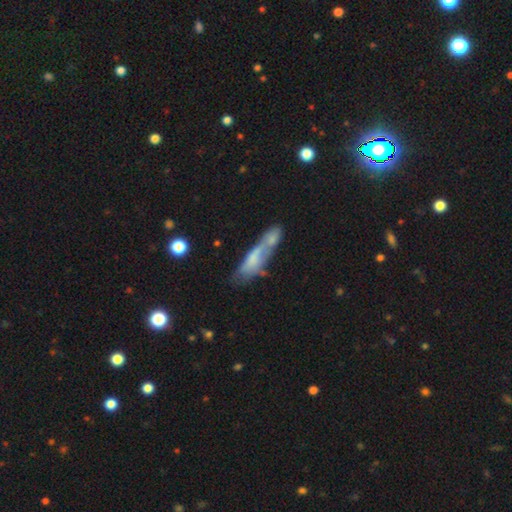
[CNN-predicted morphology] This appears to be a smooth galaxy with no disk features (55%) that is cigar-shaped (69%). Merging: merger (38%).